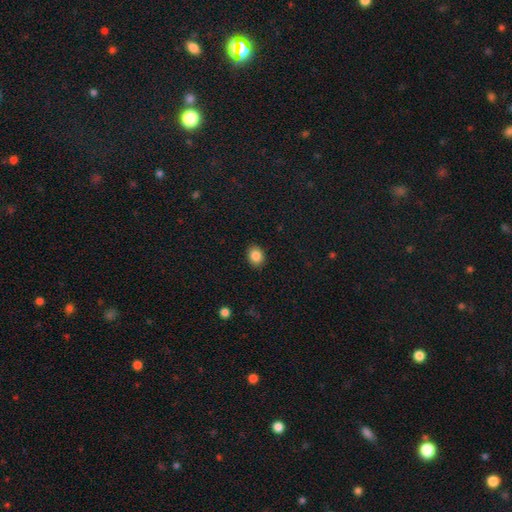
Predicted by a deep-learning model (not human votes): smooth_or_featured: smooth (p=0.86) [alt: star or artifact p=0.09]
how_rounded: round (p=0.56) [alt: in between p=0.43]
merging: none (p=0.90) [alt: minor disturbance p=0.07]